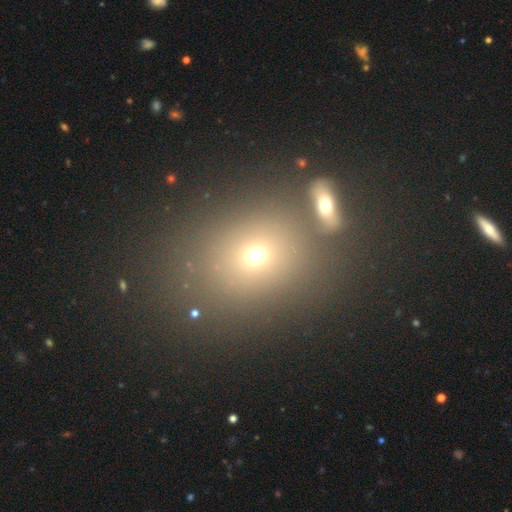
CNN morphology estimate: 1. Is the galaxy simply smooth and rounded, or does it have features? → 63% smooth, 23% star or artifact, 14% featured or disk.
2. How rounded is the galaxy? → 62% round, 36% in between, 2% cigar-shaped.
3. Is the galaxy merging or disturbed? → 69% none, 15% merger, 10% minor disturbance, 5% major disturbance.